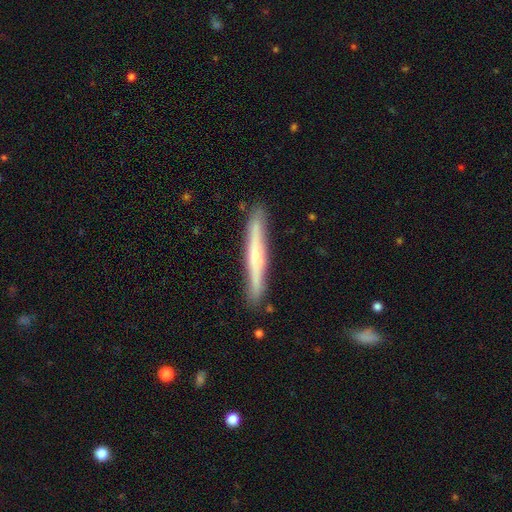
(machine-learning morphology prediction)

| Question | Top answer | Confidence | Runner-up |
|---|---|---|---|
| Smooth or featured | featured or disk | 60% | smooth (34%) |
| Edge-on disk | yes | 93% | no (7%) |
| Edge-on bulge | rounded | 67% | none (30%) |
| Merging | none | 88% | minor disturbance (9%) |